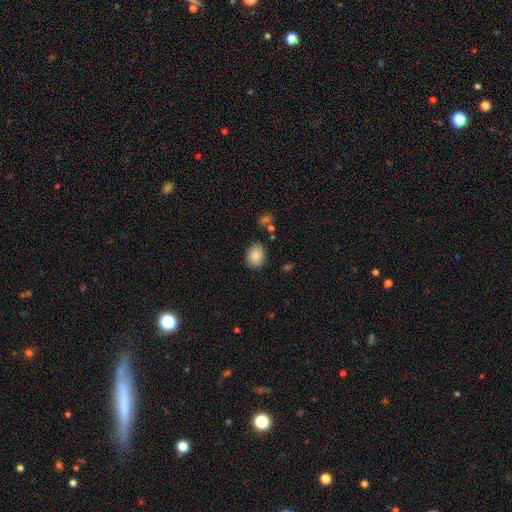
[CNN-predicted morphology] type=smooth (86%); roundness=in between (52%); merging=none (81%).